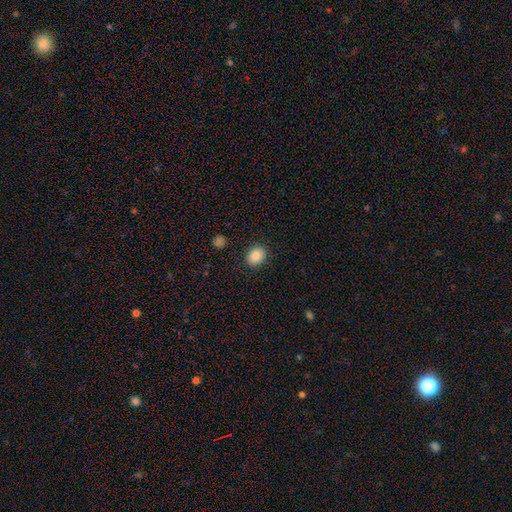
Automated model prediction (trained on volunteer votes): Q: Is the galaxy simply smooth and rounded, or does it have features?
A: smooth — 87%.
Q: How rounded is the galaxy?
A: round — 55%.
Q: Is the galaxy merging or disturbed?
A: none — 88%.